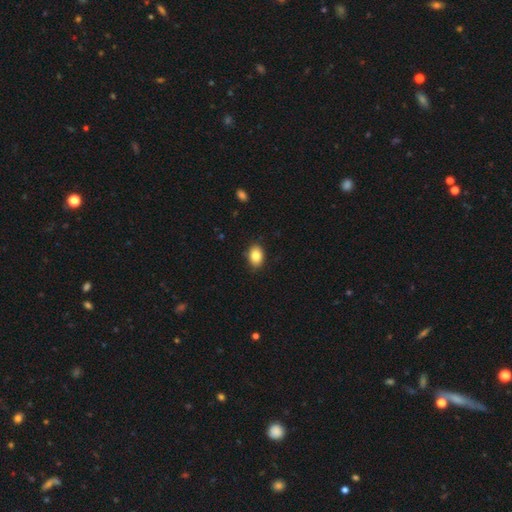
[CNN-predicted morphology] A smooth galaxy with no disk features (86%) that is in between round and cigar-shaped (82%). Merging: none (85%).